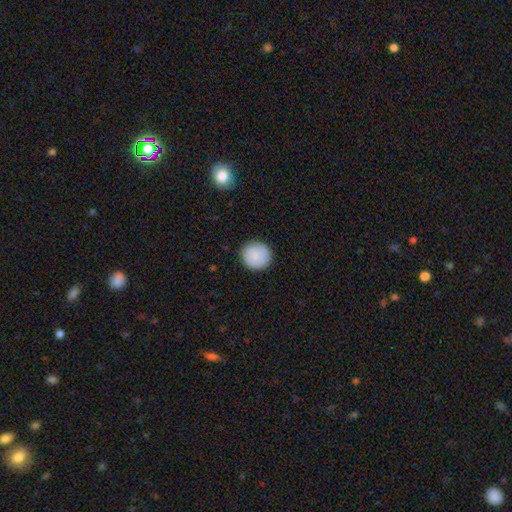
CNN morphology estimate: Smooth or featured? smooth (86%)
How rounded? round (94%)
Merging? none (88%)